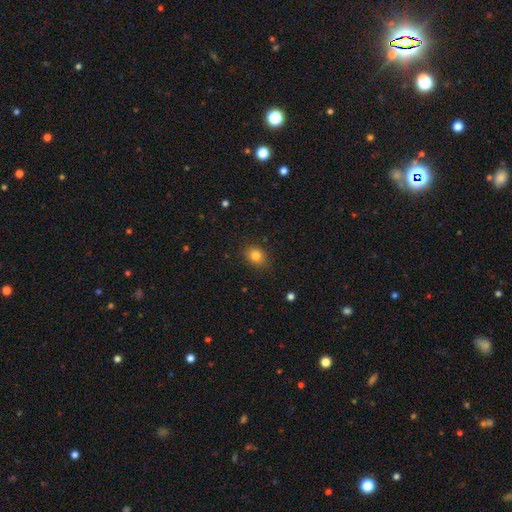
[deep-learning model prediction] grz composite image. It shows a smooth galaxy with no disk features (83%) that is round (53%). Merging: none (85%).